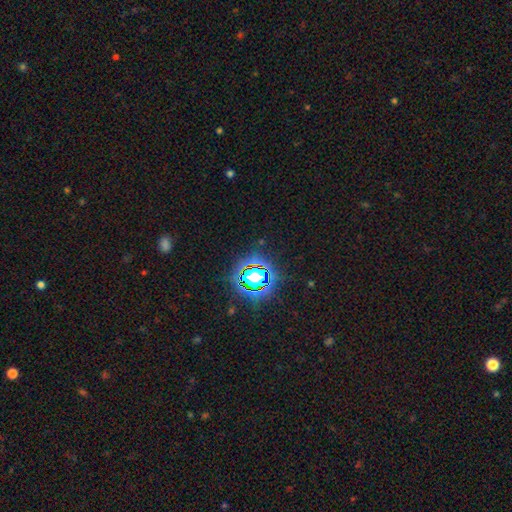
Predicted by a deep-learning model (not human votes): Smooth or featured? star or artifact (79%)